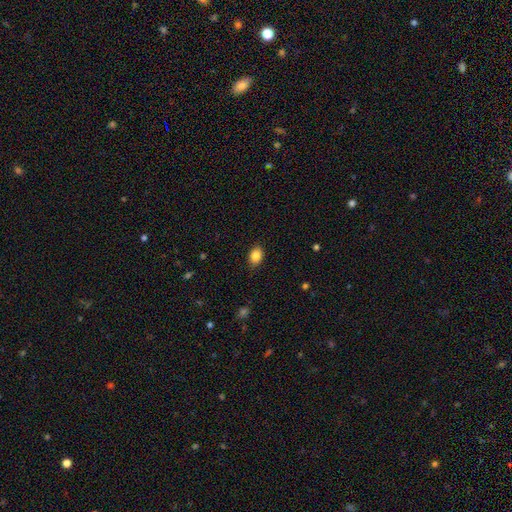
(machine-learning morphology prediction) This is clearly a smooth galaxy (86%). How rounded: likely in between (72%). Merging: clearly none (85%).